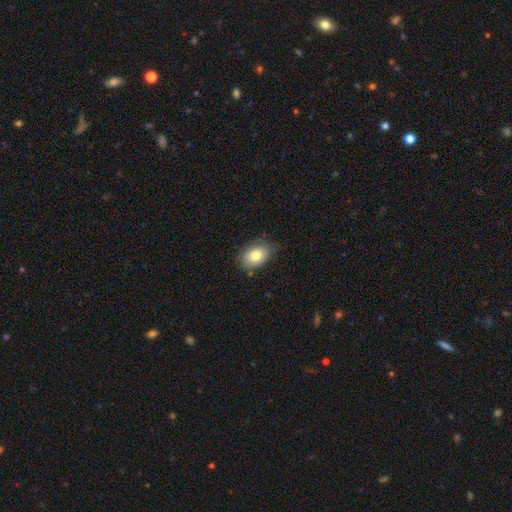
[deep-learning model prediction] Smooth or featured?
  - smooth: 80% *
  - featured or disk: 12%
  - star or artifact: 7%
How rounded?
  - in between: 84% *
  - round: 15%
  - cigar-shaped: 1%
Merging?
  - none: 73% *
  - minor disturbance: 21%
  - major disturbance: 4%
  - merger: 2%